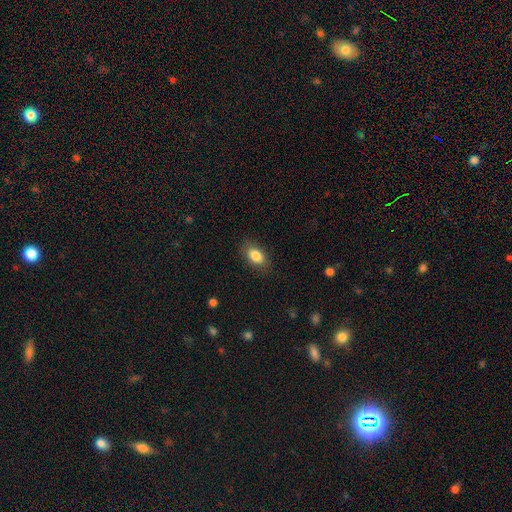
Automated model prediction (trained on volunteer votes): Q: Smooth or featured?
A: smooth (85%); runner-up: star or artifact (8%)
Q: How rounded?
A: in between (87%); runner-up: round (11%)
Q: Merging?
A: none (84%); runner-up: minor disturbance (12%)